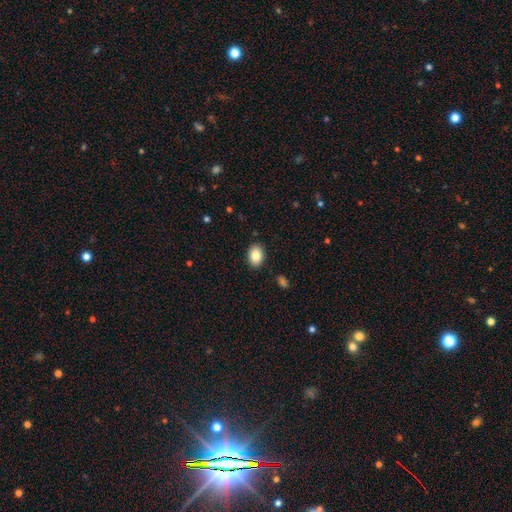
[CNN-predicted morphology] The model was most divided on "how rounded": in between: 75%, round: 24%, cigar-shaped: 1%. More confident: merging — none (89%); smooth or featured — smooth (84%).